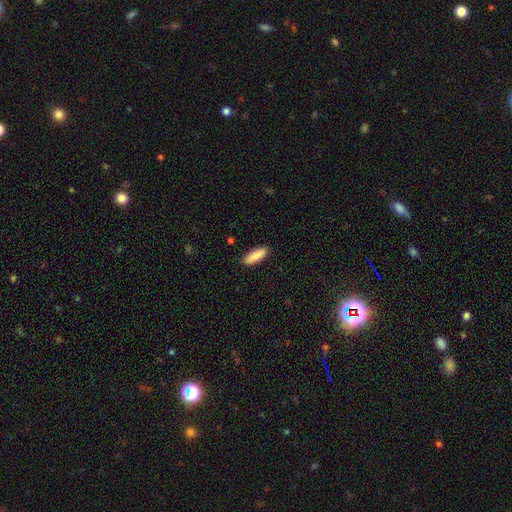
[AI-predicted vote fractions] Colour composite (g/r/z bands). It shows a smooth galaxy with no disk features (87%) that is in between round and cigar-shaped (54%). Merging: none (89%).